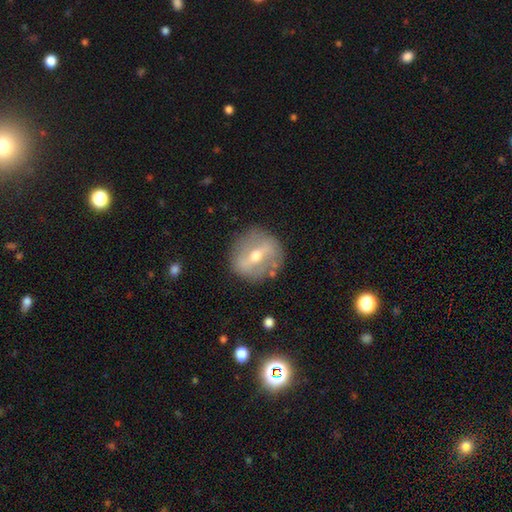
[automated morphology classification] Q: Smooth or featured?
A: featured or disk (63%); runner-up: smooth (29%)
Q: Edge-on disk?
A: no (85%); runner-up: yes (15%)
Q: Bar?
A: strong (53%); runner-up: weak (33%)
Q: Spiral arms?
A: no (69%); runner-up: yes (31%)
Q: Bulge size?
A: moderate (69%); runner-up: small (25%)
Q: Merging?
A: none (82%); runner-up: minor disturbance (12%)